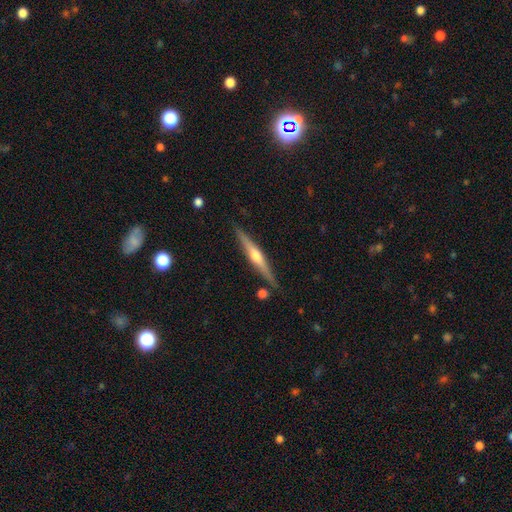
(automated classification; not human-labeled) Morphology: type=featured or disk (70%); edge-on=yes (98%); edge-on bulge=rounded (87%); merging=none (86%).